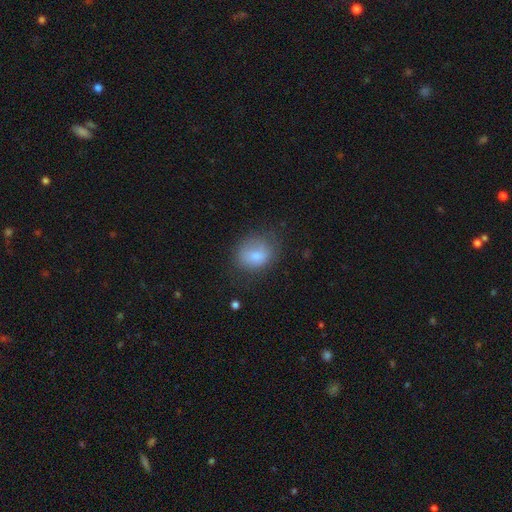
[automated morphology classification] smooth-or-featured: smooth: 79% | featured or disk: 12% | star or artifact: 9%
  how-rounded: round: 55% | in between: 44% | cigar-shaped: 1%
  merging: none: 60% | minor disturbance: 26% | major disturbance: 12% | merger: 2%